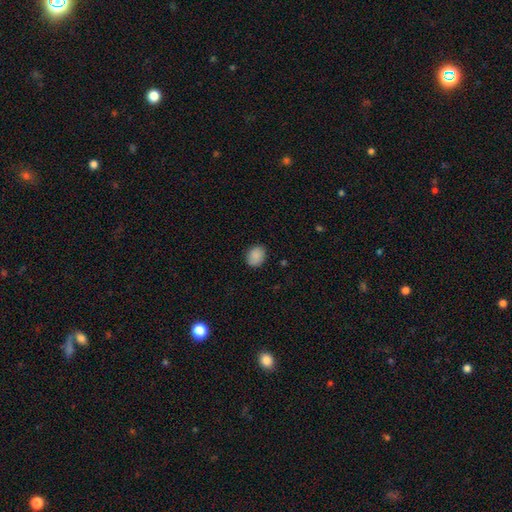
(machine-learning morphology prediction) Q: Smooth or featured?
A: smooth (88%); runner-up: star or artifact (8%)
Q: How rounded?
A: round (50%); runner-up: in between (49%)
Q: Merging?
A: none (85%); runner-up: minor disturbance (12%)